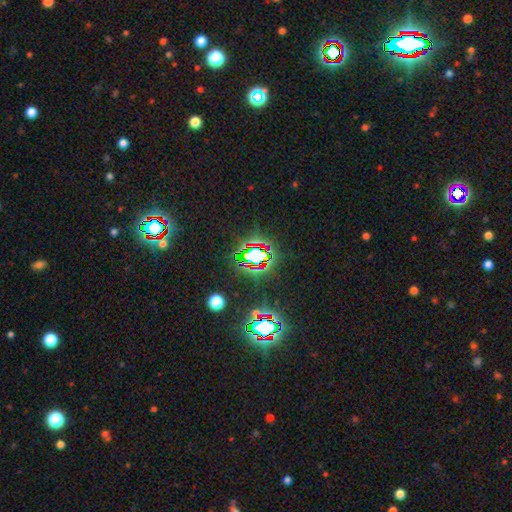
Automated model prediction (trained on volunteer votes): Morphology: type=star or artifact (74%).